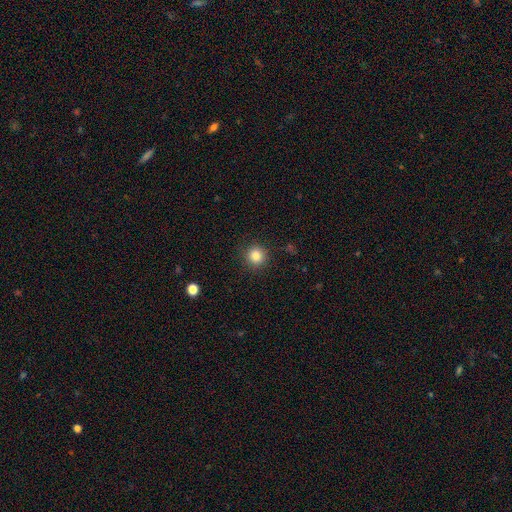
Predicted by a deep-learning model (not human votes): This is clearly a smooth galaxy (84%). How rounded: clearly round (93%). Merging: clearly none (89%).